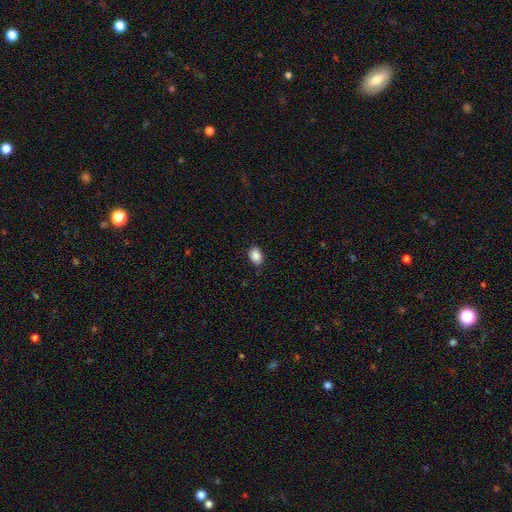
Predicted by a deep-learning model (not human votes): Smooth or featured: smooth — 89% (star or artifact — 8%)
How rounded: in between — 76% (round — 23%)
Merging: none — 87% (minor disturbance — 10%)